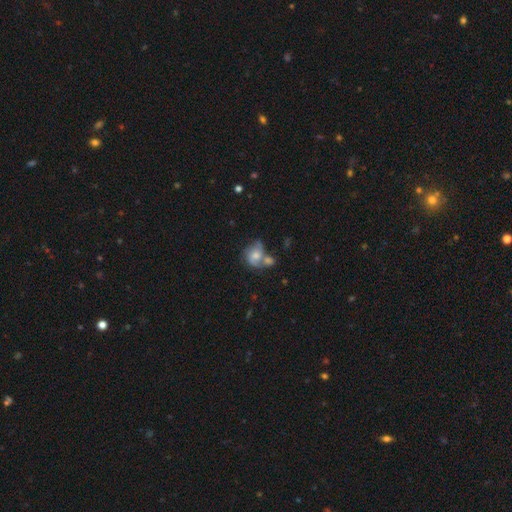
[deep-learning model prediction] smooth-or-featured: featured or disk: 50% | smooth: 41% | star or artifact: 9%
  disk-edge-on: no: 97% | yes: 3%
  merging: merger: 40% | none: 30% | minor disturbance: 17% | major disturbance: 13%